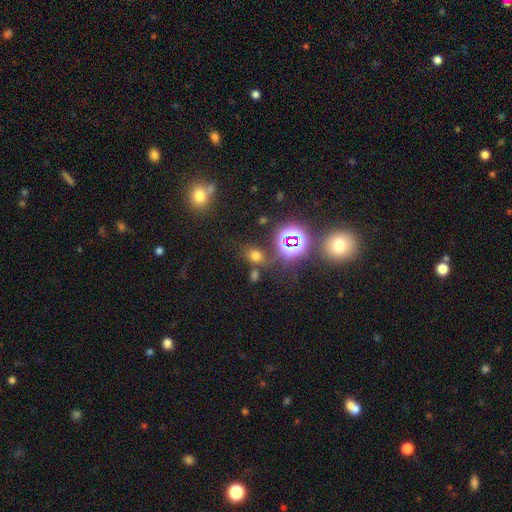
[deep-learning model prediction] smooth_or_featured: smooth (p=0.56) [alt: star or artifact p=0.36]
how_rounded: in between (p=0.59) [alt: round p=0.39]
merging: none (p=0.72) [alt: minor disturbance p=0.13]